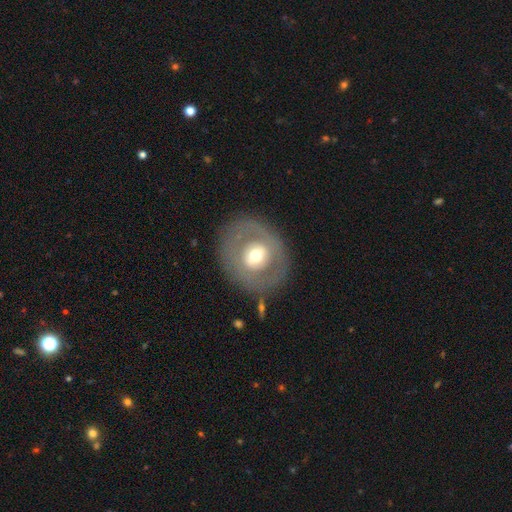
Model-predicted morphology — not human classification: This appears to be a featured or disk galaxy (49%). Merging: none (80%).